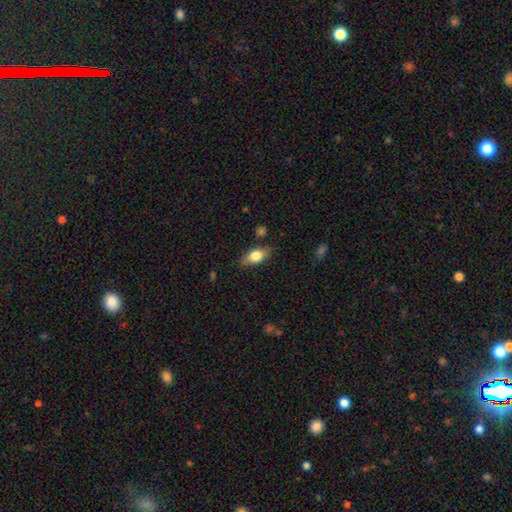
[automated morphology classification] smooth-or-featured: smooth: 72% | featured or disk: 22% | star or artifact: 7%
  how-rounded: in between: 81% | cigar-shaped: 14% | round: 5%
  merging: none: 81% | minor disturbance: 14% | major disturbance: 3% | merger: 2%